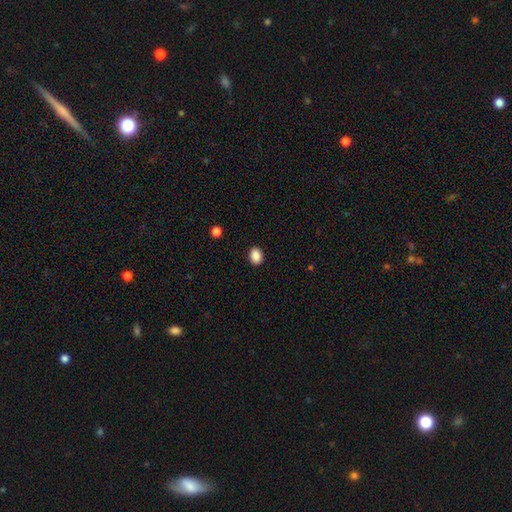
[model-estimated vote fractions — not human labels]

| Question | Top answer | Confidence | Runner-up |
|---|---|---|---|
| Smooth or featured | smooth | 89% | star or artifact (9%) |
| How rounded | in between | 67% | round (32%) |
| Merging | none | 90% | minor disturbance (7%) |